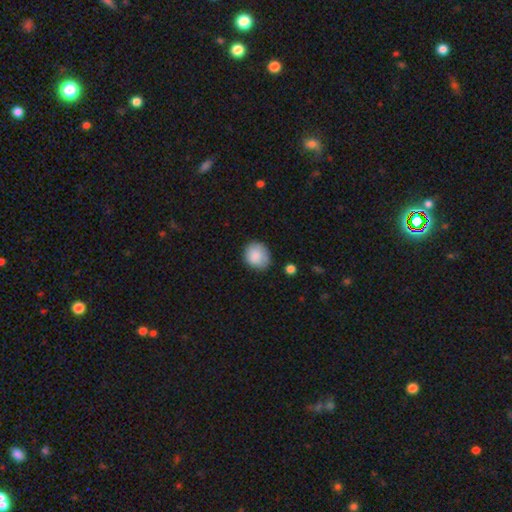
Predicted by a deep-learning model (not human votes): This is clearly a smooth galaxy (87%). How rounded: likely round (72%). Merging: likely none (76%).